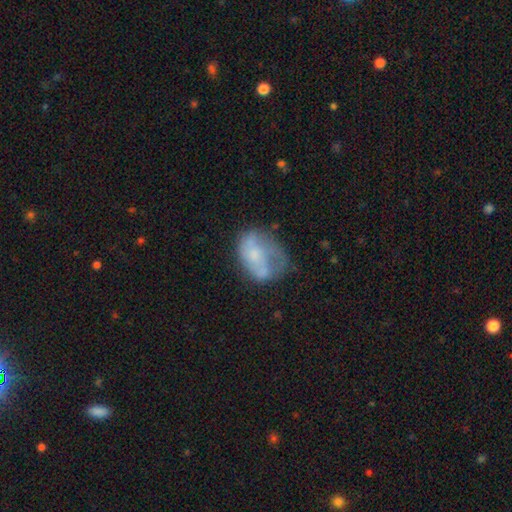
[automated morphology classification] Smooth or featured? Predicted: smooth (p=0.46). Merging? Predicted: none (p=0.35).